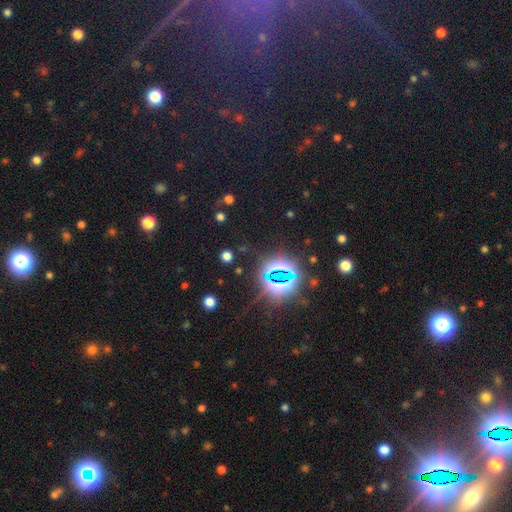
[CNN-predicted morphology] type=star or artifact (79%).